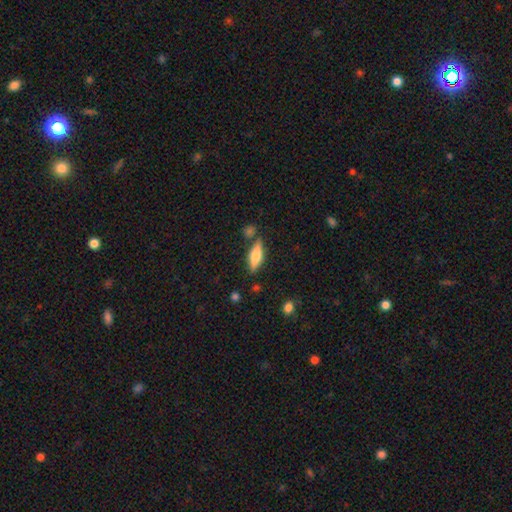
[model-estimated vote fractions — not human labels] A smooth galaxy with no disk features (55%) that is in between round and cigar-shaped (53%). Merging: none (77%).